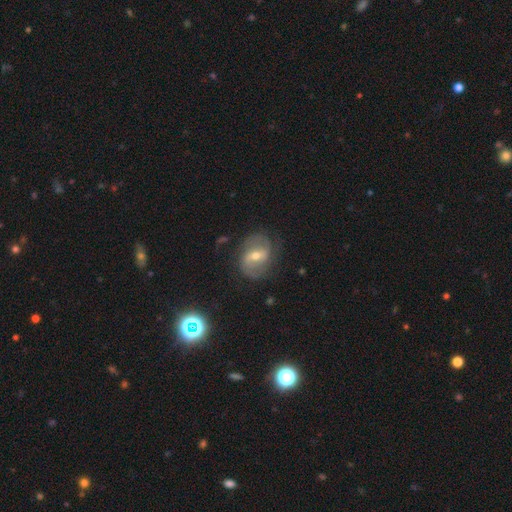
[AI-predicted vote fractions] This appears to be a featured or disk galaxy (78%) with a weak bar (49%), 2 (81%) medium (46%) spiral arms (89%) and a moderate central bulge (58%). Merging: none (73%).